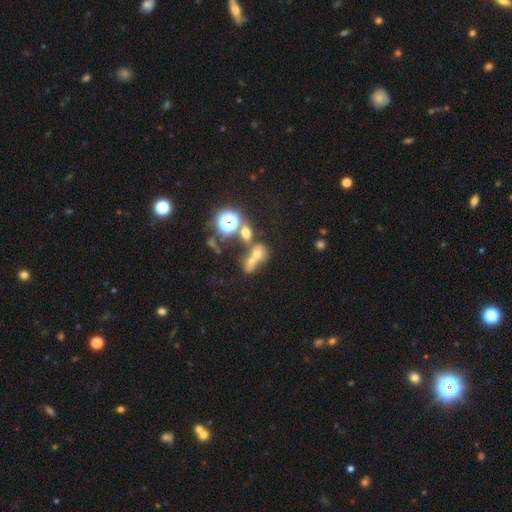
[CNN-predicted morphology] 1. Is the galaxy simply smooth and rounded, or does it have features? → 54% smooth, 28% star or artifact, 18% featured or disk.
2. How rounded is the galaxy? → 56% round, 42% in between, 3% cigar-shaped.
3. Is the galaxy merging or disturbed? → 57% merger, 29% none, 8% minor disturbance, 6% major disturbance.